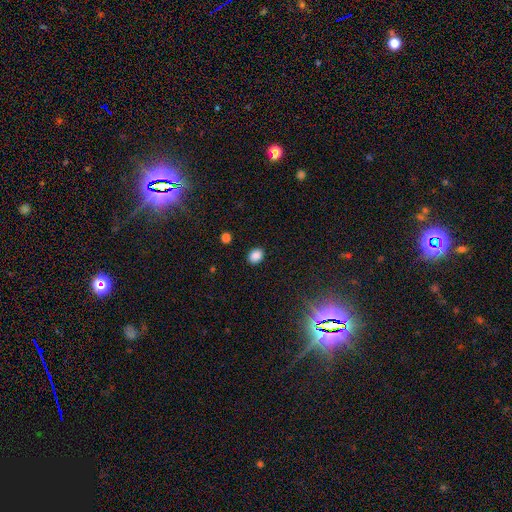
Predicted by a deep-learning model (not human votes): This appears to be a smooth galaxy with no disk features (87%) that is in between round and cigar-shaped (58%). Merging: none (89%).